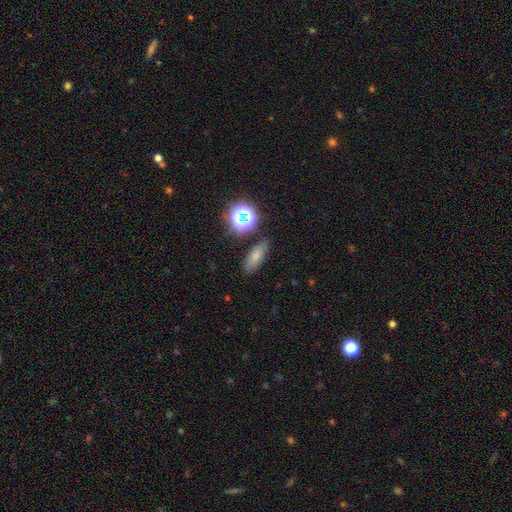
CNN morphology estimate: This is likely a smooth galaxy (72%). How rounded: likely in between (71%). Merging: clearly none (80%).